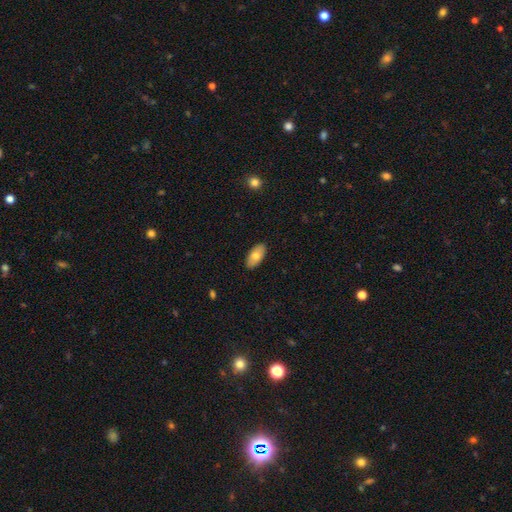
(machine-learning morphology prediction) Smooth or featured? Predicted: smooth (p=0.74). How rounded? Predicted: in between (p=0.93). Merging? Predicted: none (p=0.90).